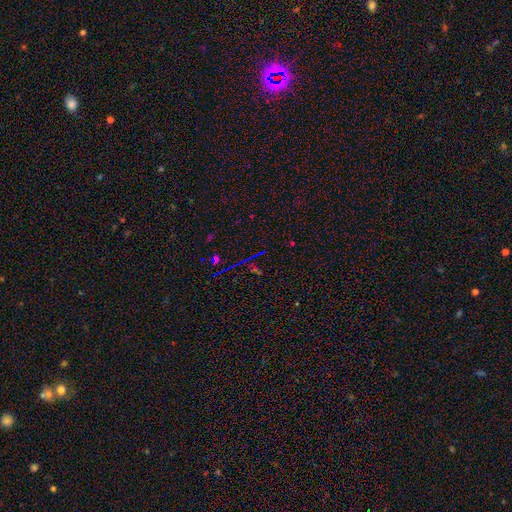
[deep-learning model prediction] star or artifact 74%, featured or disk 14%, smooth 13%.